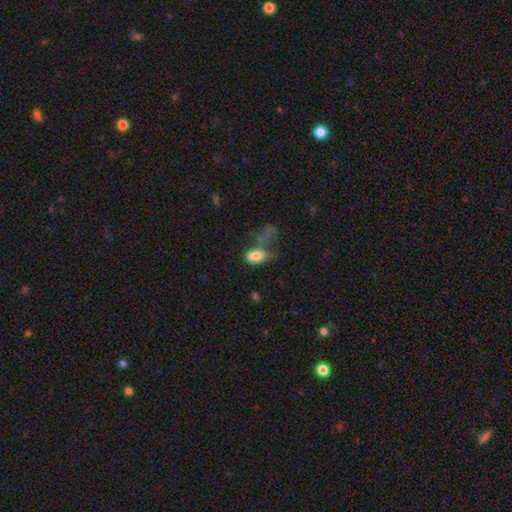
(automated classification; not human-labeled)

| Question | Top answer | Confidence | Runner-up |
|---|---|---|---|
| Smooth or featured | smooth | 79% | featured or disk (12%) |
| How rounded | in between | 90% | round (5%) |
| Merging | major disturbance | 34% | none (28%) |